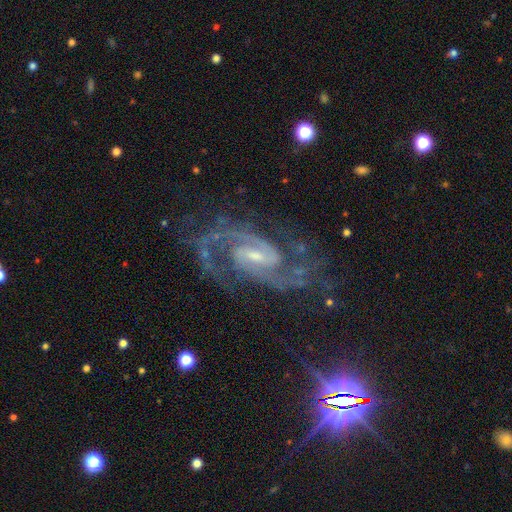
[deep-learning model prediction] Overall: featured or disk (92%). Edge-on disk: no (98%). Bar: weak (54%; strong 23%). Spiral arms: yes (98%). Spiral arm count: 2 (84%). Spiral winding: medium (57%; tight 31%). Bulge size: small (57%; moderate 35%). Merging: none (71%).